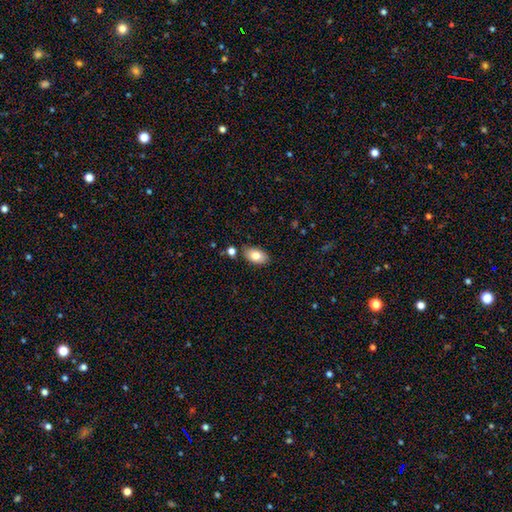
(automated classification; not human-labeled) This is clearly a smooth galaxy (81%). How rounded: clearly in between (92%). Merging: clearly none (82%).